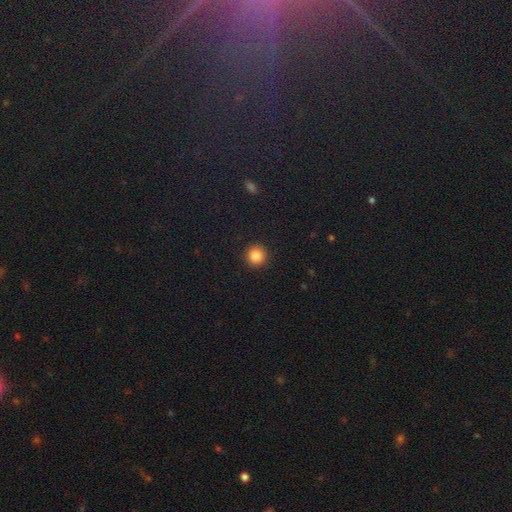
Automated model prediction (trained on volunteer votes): This appears to be a smooth galaxy with no disk features (86%) that is round (94%). Merging: none (93%).